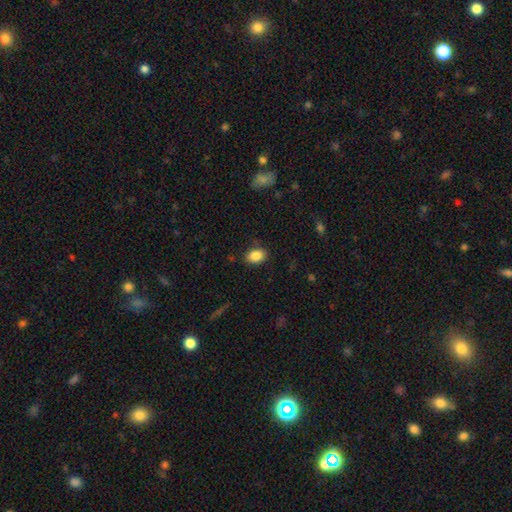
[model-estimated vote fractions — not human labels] Overall: smooth (86%). How rounded: in between (77%). Merging: none (83%).